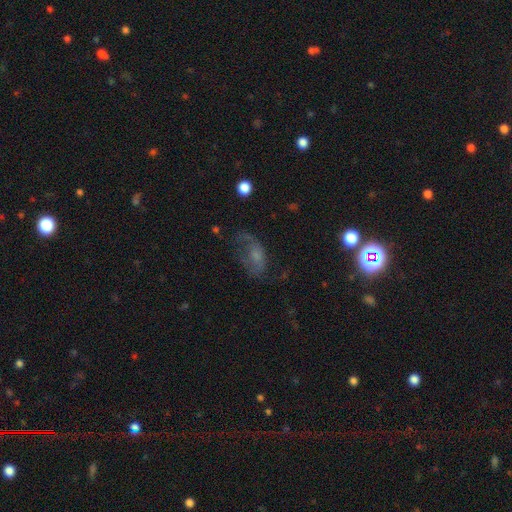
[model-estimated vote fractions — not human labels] Q: Smooth or featured?
A: featured or disk (42%); runner-up: smooth (41%)
Q: Merging?
A: major disturbance (38%); runner-up: none (36%)